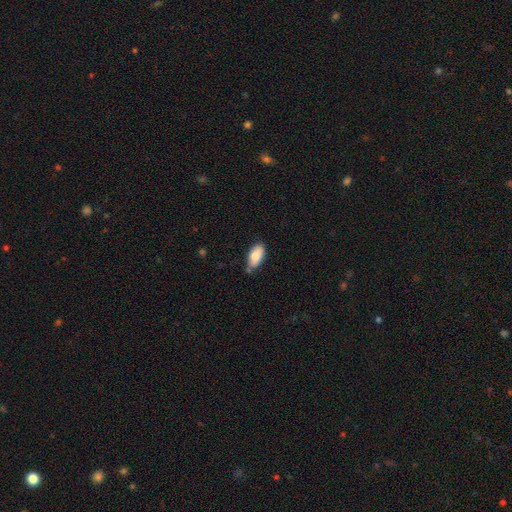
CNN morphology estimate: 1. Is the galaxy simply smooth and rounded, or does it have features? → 84% smooth, 9% featured or disk, 7% star or artifact.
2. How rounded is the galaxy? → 92% in between, 5% cigar-shaped, 3% round.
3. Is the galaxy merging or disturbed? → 58% none, 31% minor disturbance, 6% merger, 5% major disturbance.